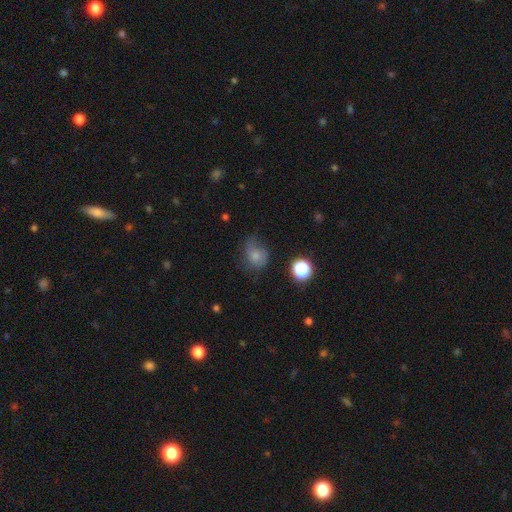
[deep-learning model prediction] This appears to be a smooth galaxy with no disk features (70%) that is round (56%). Merging: none (45%).